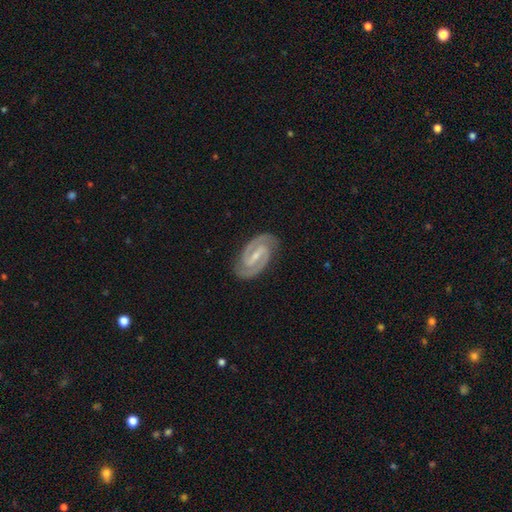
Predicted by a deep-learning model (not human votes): Smooth or featured? featured or disk (93%)
Edge-on disk? no (98%)
Bar? strong (50%)
Spiral arms? yes (99%)
Spiral winding? tight (49%)
Spiral arm count? 2 (94%)
Bulge size? small (64%)
Merging? none (87%)